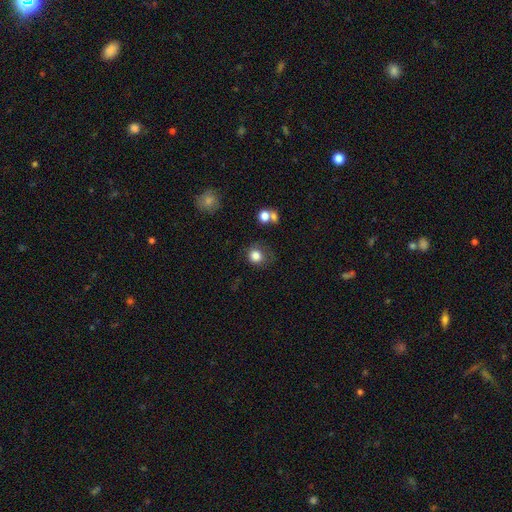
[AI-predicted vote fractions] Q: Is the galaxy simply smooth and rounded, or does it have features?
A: smooth — 82%.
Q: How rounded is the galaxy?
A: round — 81%.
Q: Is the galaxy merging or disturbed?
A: none — 66%.